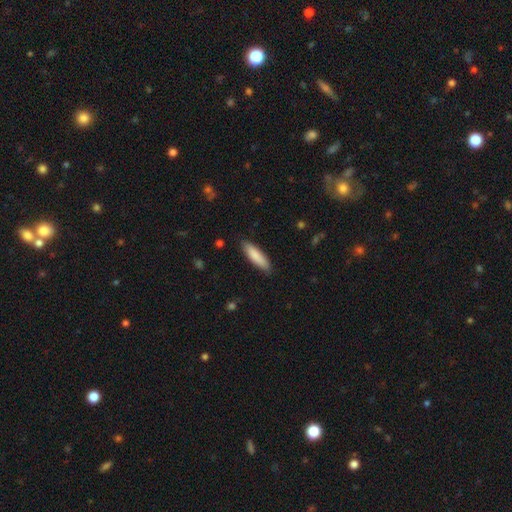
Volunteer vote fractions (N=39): Volunteers were most divided on "how rounded": cigar-shaped: 75%, in between: 25%, round: 0%. More confident: merging — none (95%); smooth or featured — smooth (92%).